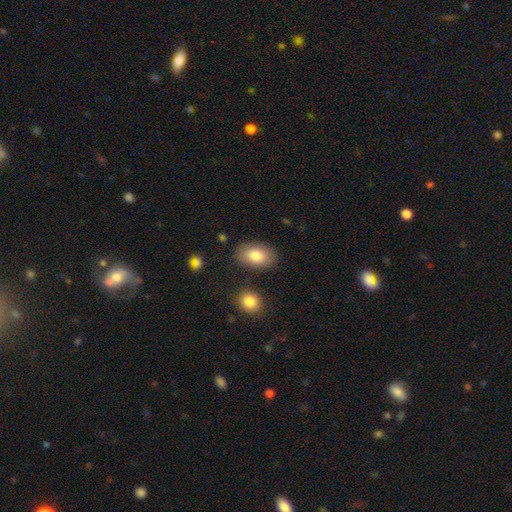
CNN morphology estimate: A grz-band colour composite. It shows a smooth galaxy with no disk features (83%) that is in between round and cigar-shaped (90%). Merging: none (81%).